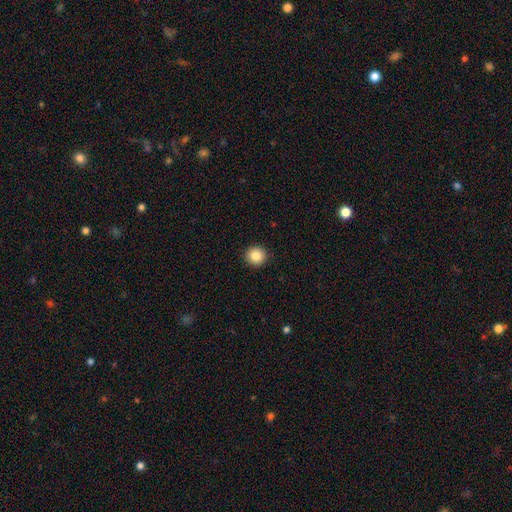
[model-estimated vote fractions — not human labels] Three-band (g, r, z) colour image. It shows a smooth galaxy with no disk features (85%) that is round (93%). Merging: none (93%).